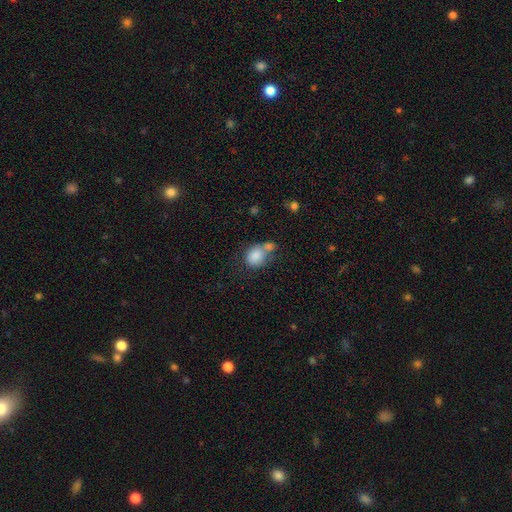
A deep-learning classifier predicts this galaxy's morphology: This is clearly a smooth galaxy (83%). How rounded: possibly round (54%). Merging: marginally merger (43%).